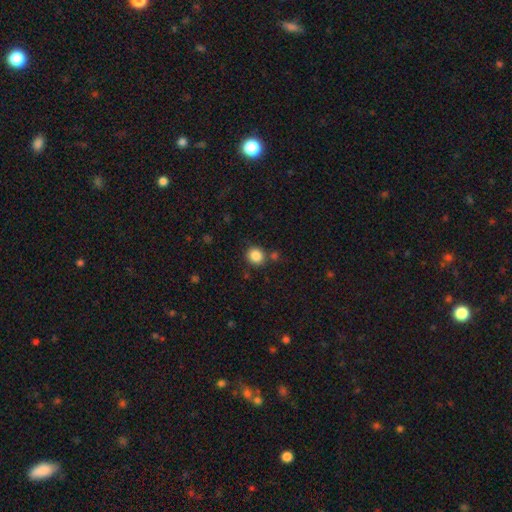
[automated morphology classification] smooth-or-featured: smooth: 85% | star or artifact: 10% | featured or disk: 4%
  how-rounded: round: 81% | in between: 18% | cigar-shaped: 1%
  merging: none: 79% | minor disturbance: 9% | merger: 9% | major disturbance: 3%